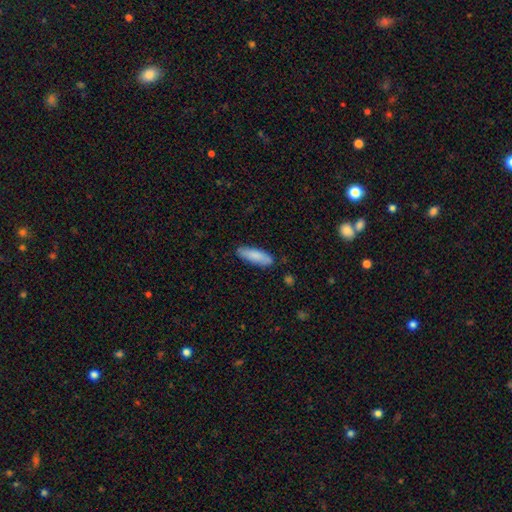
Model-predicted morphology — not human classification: Smooth or featured? Predicted: smooth (p=0.85). How rounded? Predicted: cigar-shaped (p=0.51). Merging? Predicted: none (p=0.85).